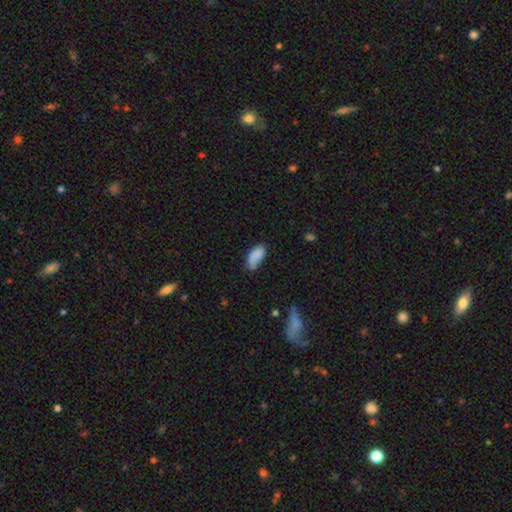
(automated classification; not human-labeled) smooth_or_featured: smooth (p=0.86) [alt: star or artifact p=0.08]
how_rounded: in between (p=0.92) [alt: cigar-shaped p=0.06]
merging: none (p=0.62) [alt: minor disturbance p=0.29]